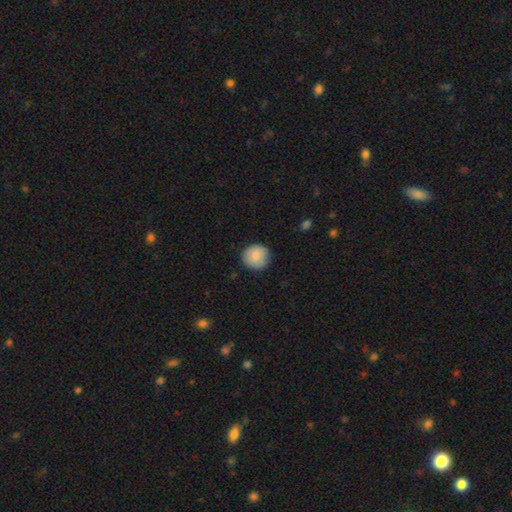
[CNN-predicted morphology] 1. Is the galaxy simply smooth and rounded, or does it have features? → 87% smooth, 7% featured or disk, 7% star or artifact.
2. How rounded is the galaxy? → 92% round, 7% in between, 1% cigar-shaped.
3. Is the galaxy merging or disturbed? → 86% none, 11% minor disturbance, 2% major disturbance, 1% merger.